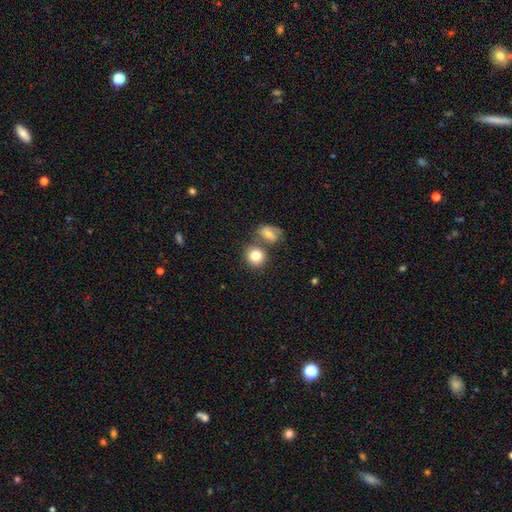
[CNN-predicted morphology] This appears to be a smooth galaxy with no disk features (80%) that is round (80%). Merging: none (59%).